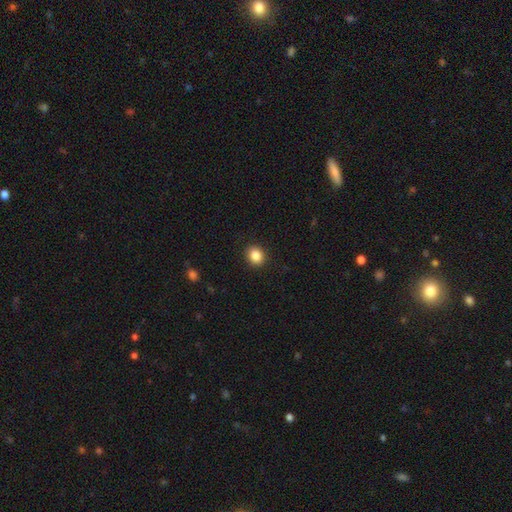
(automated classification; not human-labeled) Smooth or featured? smooth (86%)
How rounded? round (68%)
Merging? none (91%)